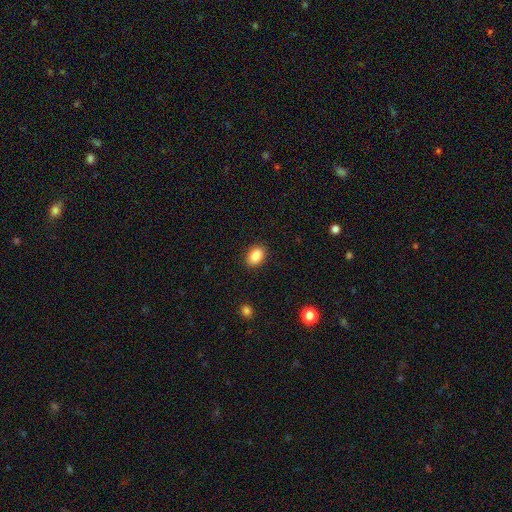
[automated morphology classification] smooth 87%, star or artifact 8%, featured or disk 4%. Down the decision tree: how rounded — in between (81%); merging — none (89%).